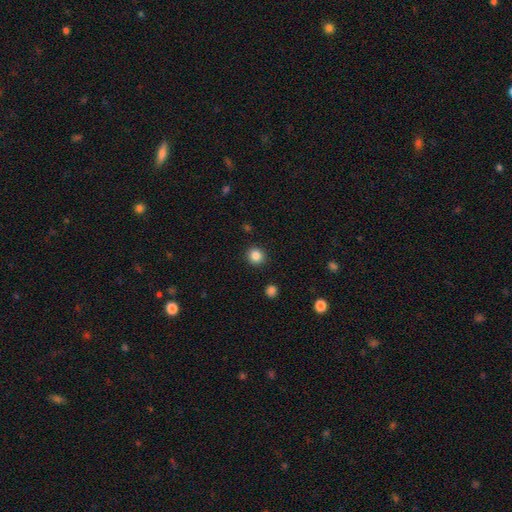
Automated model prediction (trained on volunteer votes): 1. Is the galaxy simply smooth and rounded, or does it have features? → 85% smooth, 11% star or artifact, 4% featured or disk.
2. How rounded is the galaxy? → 91% round, 8% in between, 1% cigar-shaped.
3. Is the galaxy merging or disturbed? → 92% none, 5% minor disturbance, 2% major disturbance, 1% merger.